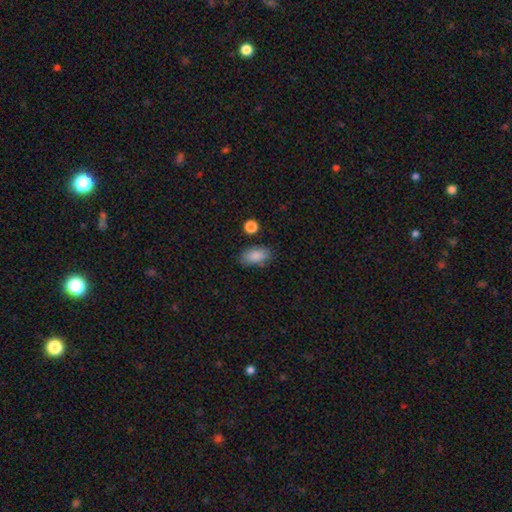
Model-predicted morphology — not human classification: type=smooth (87%); roundness=in between (91%); merging=none (78%).